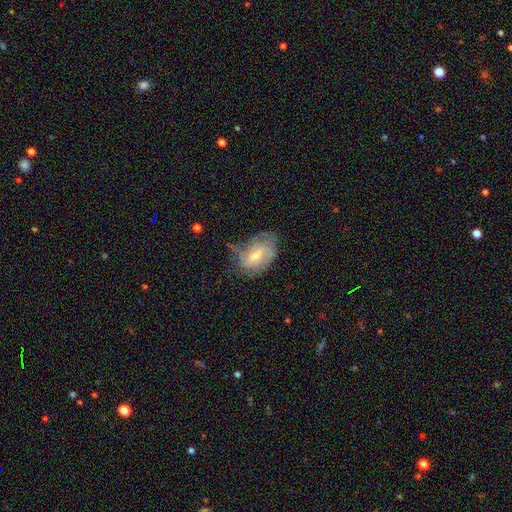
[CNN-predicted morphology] This appears to be a featured or disk galaxy (66%) with a weak bar (48%), tight (41%) spiral arms (81%) and a small central bulge (53%). Merging: none (47%).